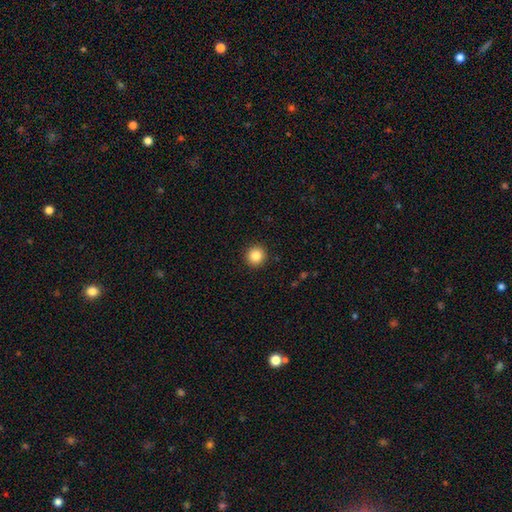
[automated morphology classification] A smooth galaxy with no disk features (85%) that is round (94%). Merging: none (93%).